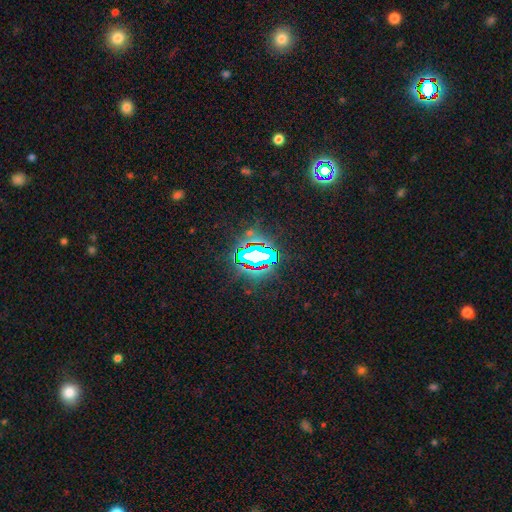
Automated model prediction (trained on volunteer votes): smooth-or-featured: star or artifact: 72% | smooth: 15% | featured or disk: 13%